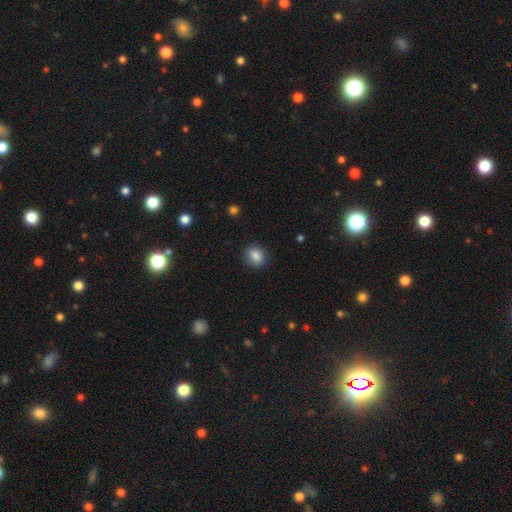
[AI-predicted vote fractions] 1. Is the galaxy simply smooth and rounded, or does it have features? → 84% smooth, 9% star or artifact, 7% featured or disk.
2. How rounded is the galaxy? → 59% round, 40% in between, 1% cigar-shaped.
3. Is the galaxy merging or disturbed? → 86% none, 11% minor disturbance, 3% major disturbance, 1% merger.